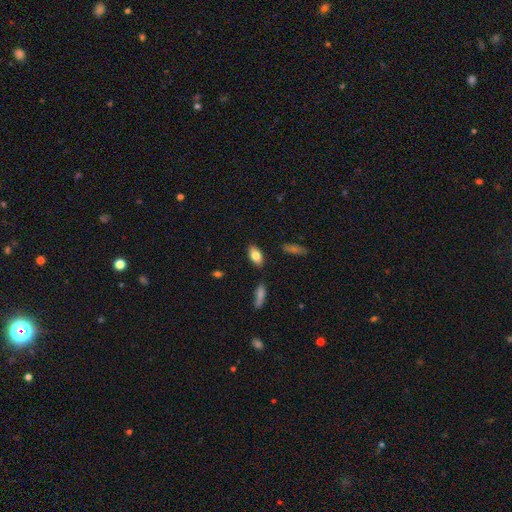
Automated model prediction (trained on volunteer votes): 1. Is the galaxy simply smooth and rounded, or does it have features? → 79% smooth, 14% featured or disk, 7% star or artifact.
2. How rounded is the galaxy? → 90% in between, 6% cigar-shaped, 4% round.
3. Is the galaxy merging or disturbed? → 85% none, 10% minor disturbance, 3% merger, 2% major disturbance.